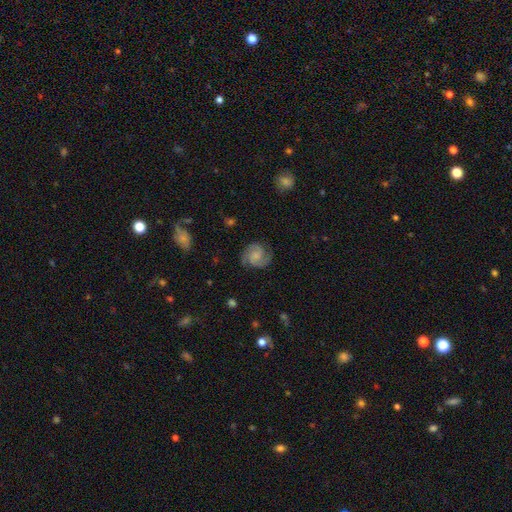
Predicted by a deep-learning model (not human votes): Smooth or featured?
  - featured or disk: 79% *
  - smooth: 14%
  - star or artifact: 7%
Edge-on disk?
  - no: 98% *
  - yes: 2%
Bar?
  - no: 59% *
  - weak: 34%
  - strong: 6%
Spiral arms?
  - yes: 97% *
  - no: 3%
Spiral winding?
  - medium: 47% *
  - tight: 42%
  - loose: 11%
Spiral arm count?
  - 2: 86% *
  - 3: 5%
  - can't tell: 4%
  - 1: 2%
  - 4: 1%
  - more than 4: 1%
Bulge size?
  - none: 40% *
  - small: 30%
  - moderate: 22%
  - large: 7%
  - dominant: 2%
Merging?
  - none: 79% *
  - minor disturbance: 14%
  - major disturbance: 5%
  - merger: 1%